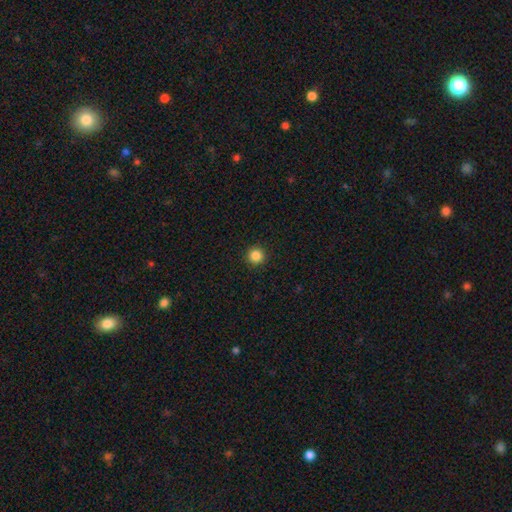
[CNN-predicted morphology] Smooth or featured? smooth (86%)
How rounded? round (96%)
Merging? none (93%)